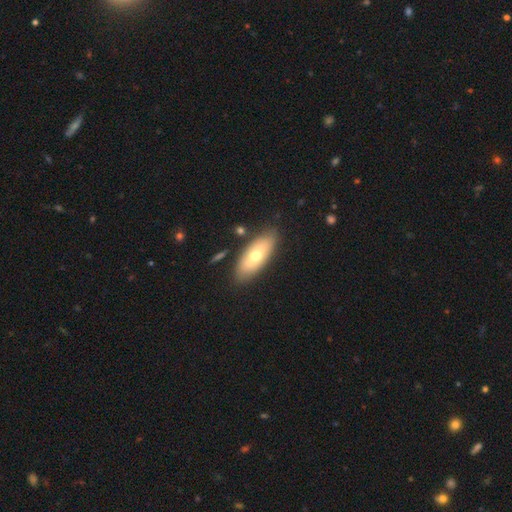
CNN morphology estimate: A smooth galaxy with no disk features (59%) that is in between round and cigar-shaped (77%).

Vote fractions:
- Smooth or featured? smooth: 59% / featured or disk: 35% / star or artifact: 6%
- How rounded? in between: 77% / cigar-shaped: 20% / round: 2%
- Merging? none: 84% / minor disturbance: 10% / merger: 3% / major disturbance: 3%